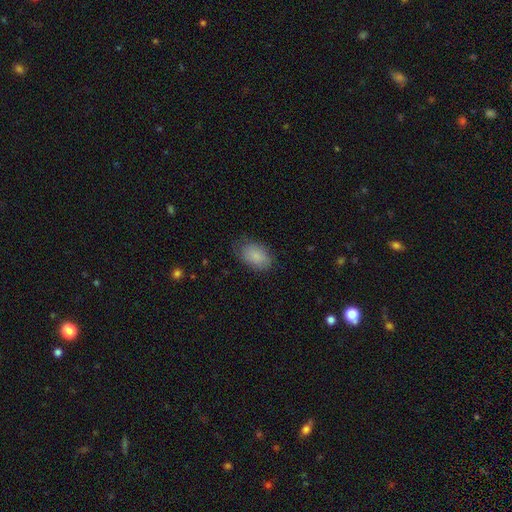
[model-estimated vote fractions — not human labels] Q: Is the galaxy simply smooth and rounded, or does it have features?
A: smooth — 86%.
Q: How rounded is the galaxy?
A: in between — 87%.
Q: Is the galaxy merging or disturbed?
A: none — 72%.